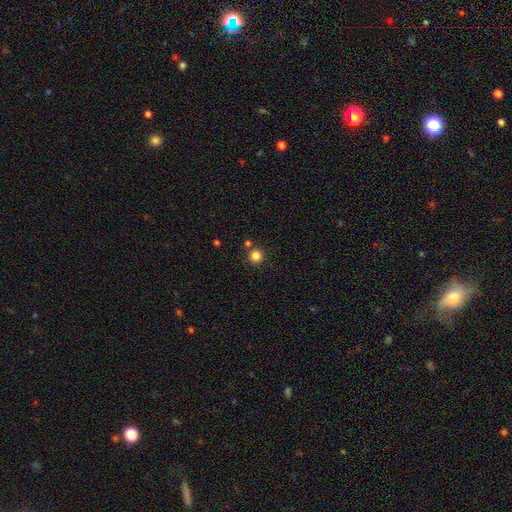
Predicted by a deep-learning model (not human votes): smooth_or_featured: smooth (p=0.83) [alt: star or artifact p=0.12]
how_rounded: round (p=0.94) [alt: in between p=0.05]
merging: none (p=0.83) [alt: merger p=0.09]